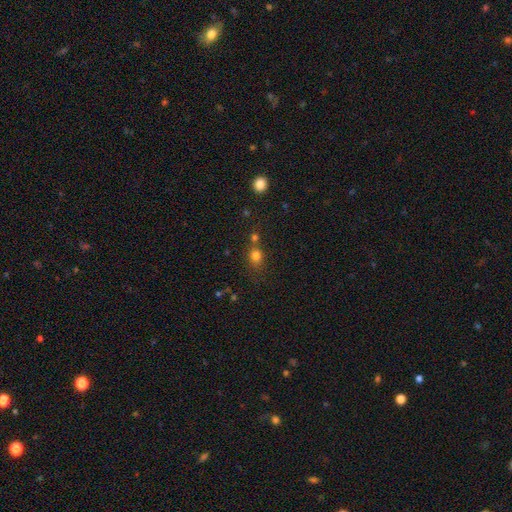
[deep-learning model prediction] Q: Smooth or featured?
A: smooth (77%); runner-up: star or artifact (16%)
Q: How rounded?
A: round (70%); runner-up: in between (28%)
Q: Merging?
A: none (57%); runner-up: merger (26%)